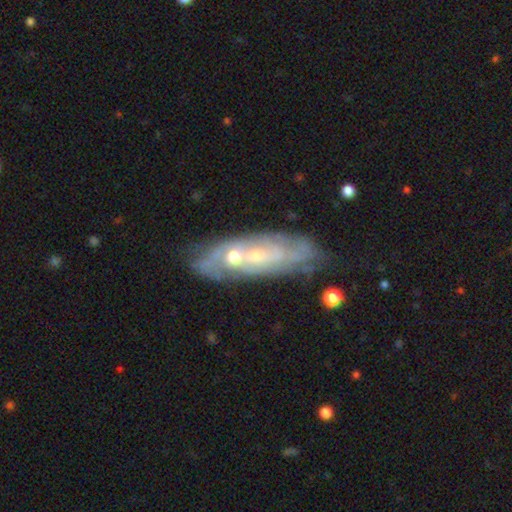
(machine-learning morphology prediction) Q: Smooth or featured?
A: featured or disk (72%); runner-up: smooth (20%)
Q: Edge-on disk?
A: no (80%); runner-up: yes (20%)
Q: Bar?
A: no (68%); runner-up: weak (25%)
Q: Spiral arms?
A: yes (74%); runner-up: no (26%)
Q: Bulge size?
A: small (64%); runner-up: moderate (29%)
Q: Merging?
A: none (61%); runner-up: minor disturbance (17%)